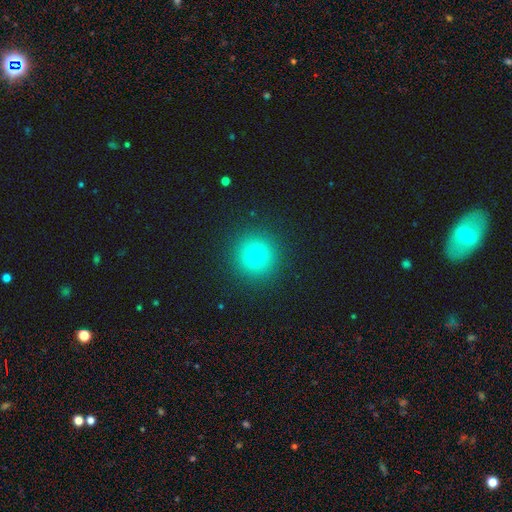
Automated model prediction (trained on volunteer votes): A smooth galaxy with no disk features (74%) that is round (93%).

Vote fractions:
- Smooth or featured? smooth: 74% / star or artifact: 15% / featured or disk: 11%
- How rounded? round: 93% / in between: 6% / cigar-shaped: 1%
- Merging? none: 91% / minor disturbance: 6% / major disturbance: 3% / merger: 1%